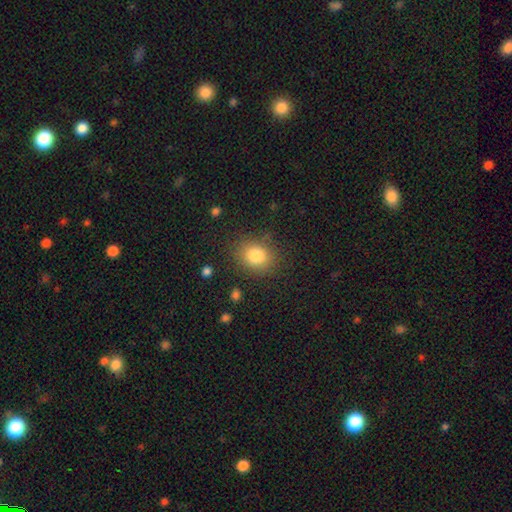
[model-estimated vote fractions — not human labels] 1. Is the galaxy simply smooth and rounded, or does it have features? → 83% smooth, 10% star or artifact, 7% featured or disk.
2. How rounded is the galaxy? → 58% round, 41% in between, 1% cigar-shaped.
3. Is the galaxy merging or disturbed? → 82% none, 12% minor disturbance, 4% major disturbance, 2% merger.